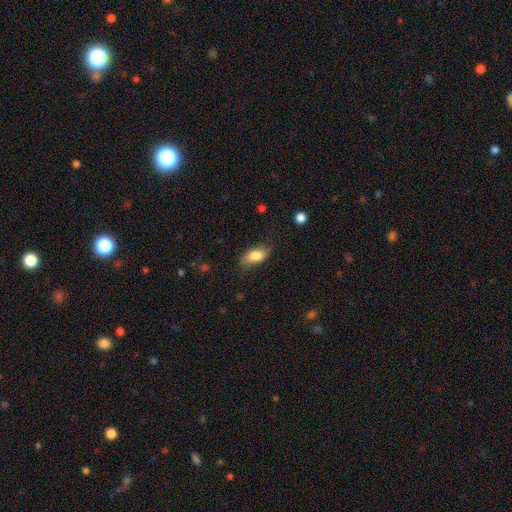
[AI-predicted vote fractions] A smooth galaxy with no disk features (81%) that is in between round and cigar-shaped (89%). Merging: none (76%).